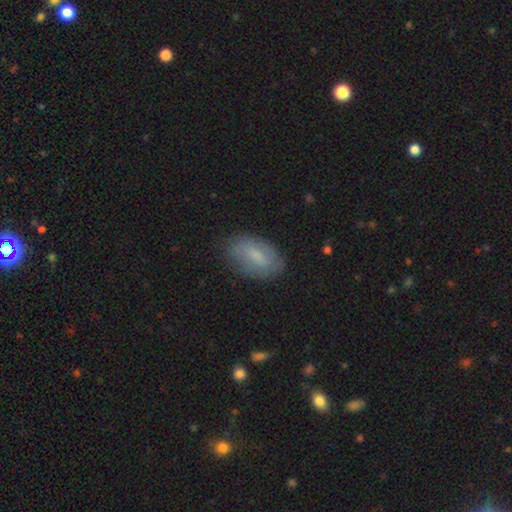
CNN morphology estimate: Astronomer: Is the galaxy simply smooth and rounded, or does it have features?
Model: smooth — 69%.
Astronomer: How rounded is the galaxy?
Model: in between — 91%.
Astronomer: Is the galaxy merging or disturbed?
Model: none — 77%.